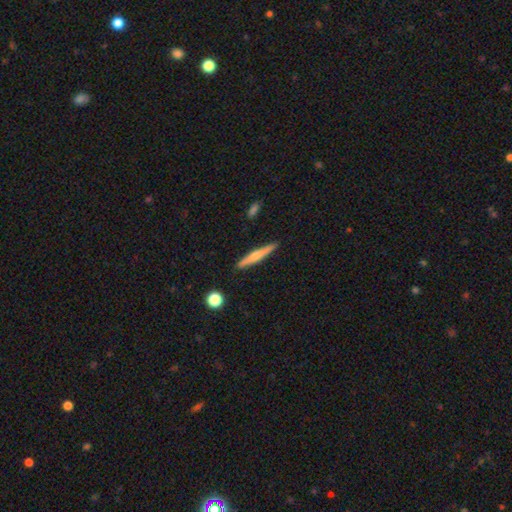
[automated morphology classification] The model was most divided on "smooth or featured" (2-way tie): featured or disk: 47%, smooth: 47%, star or artifact: 6%. More confident: merging — none (88%).